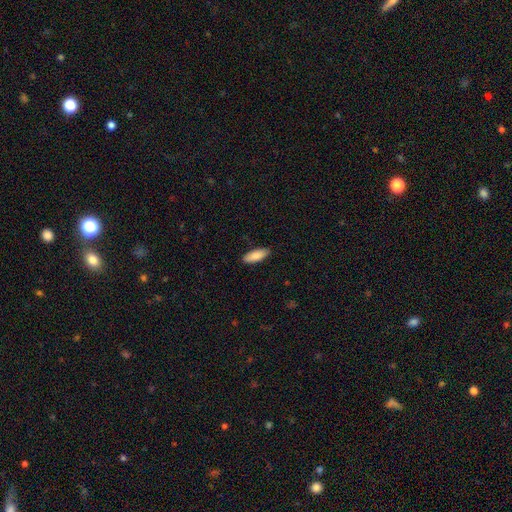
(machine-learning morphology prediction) smooth_or_featured: smooth (p=0.87) [alt: featured or disk p=0.08]
how_rounded: in between (p=0.74) [alt: cigar-shaped p=0.25]
merging: none (p=0.89) [alt: minor disturbance p=0.09]